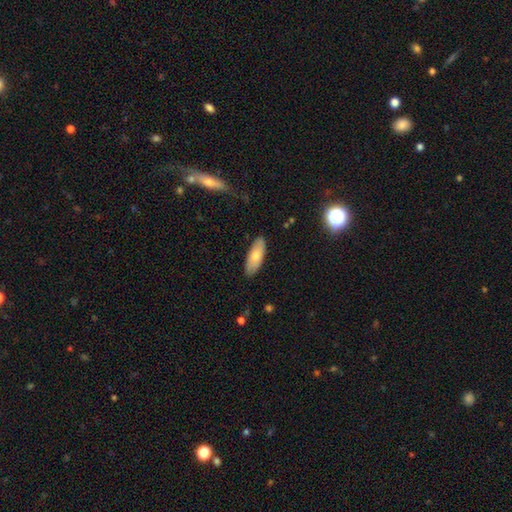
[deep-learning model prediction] A smooth galaxy with no disk features (73%) that is in between round and cigar-shaped (72%).

Vote fractions:
- Smooth or featured? smooth: 73% / featured or disk: 21% / star or artifact: 6%
- How rounded? in between: 72% / cigar-shaped: 26% / round: 2%
- Merging? none: 87% / minor disturbance: 10% / major disturbance: 2% / merger: 1%